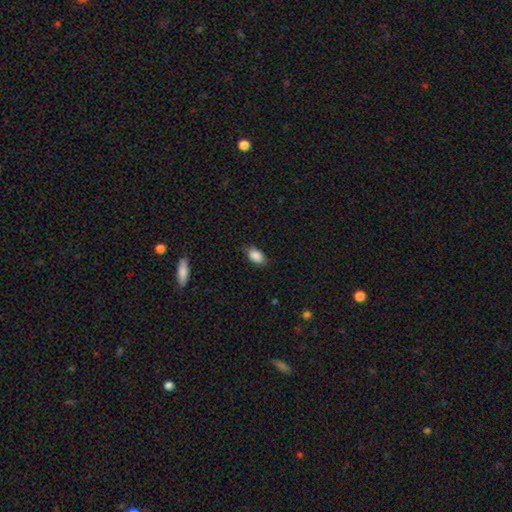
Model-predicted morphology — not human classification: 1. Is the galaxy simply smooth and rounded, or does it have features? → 88% smooth, 7% star or artifact, 5% featured or disk.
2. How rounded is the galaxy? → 92% in between, 5% round, 3% cigar-shaped.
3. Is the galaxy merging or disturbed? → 85% none, 11% minor disturbance, 3% major disturbance, 1% merger.